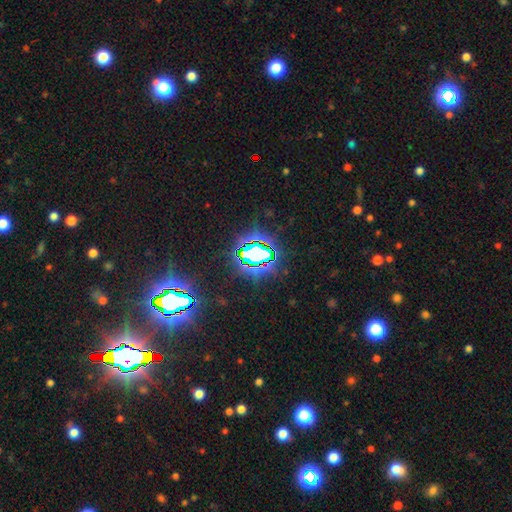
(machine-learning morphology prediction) Smooth or featured: star or artifact — 74% (smooth — 15%)